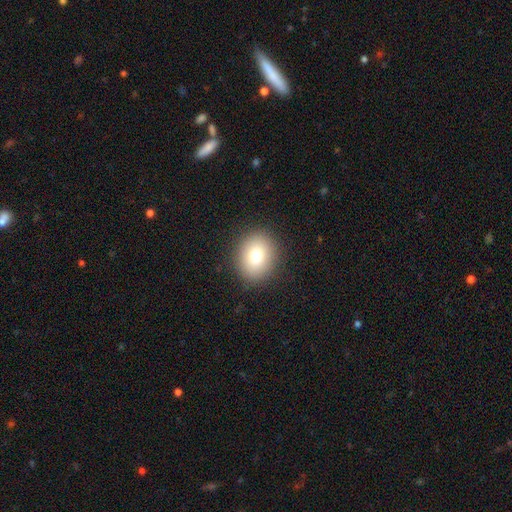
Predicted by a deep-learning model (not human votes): Smooth or featured: smooth — 78% (featured or disk — 11%)
How rounded: round — 55% (in between — 44%)
Merging: none — 89% (minor disturbance — 8%)